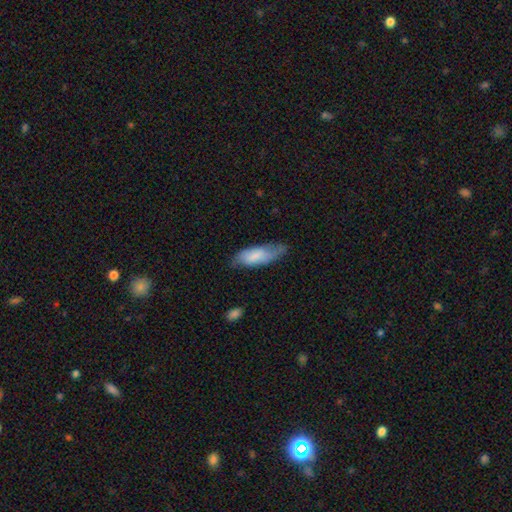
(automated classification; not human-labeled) smooth-or-featured: smooth: 69% | featured or disk: 24% | star or artifact: 6%
  how-rounded: in between: 70% | cigar-shaped: 29% | round: 2%
  merging: none: 57% | minor disturbance: 31% | major disturbance: 10% | merger: 2%